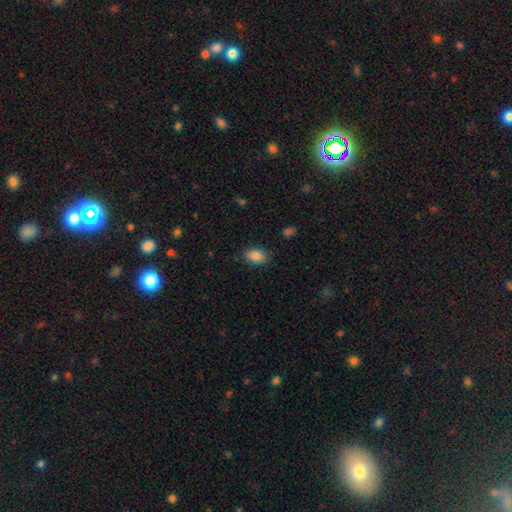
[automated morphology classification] smooth_or_featured: smooth (p=0.88) [alt: star or artifact p=0.08]
how_rounded: in between (p=0.87) [alt: round p=0.11]
merging: none (p=0.85) [alt: minor disturbance p=0.11]